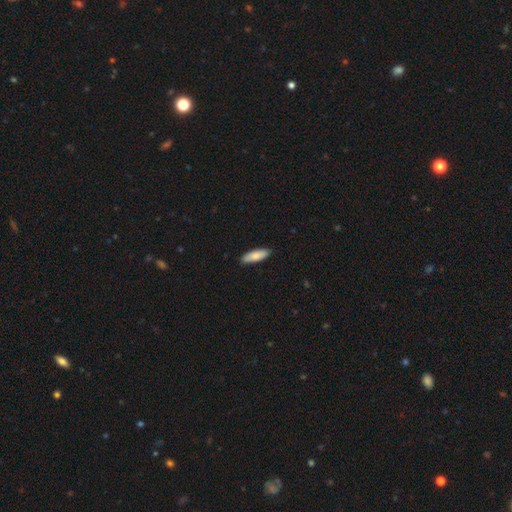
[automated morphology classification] The model was most divided on "how rounded": in between: 52%, cigar-shaped: 46%, round: 2%. More confident: merging — none (89%); smooth or featured — smooth (83%).